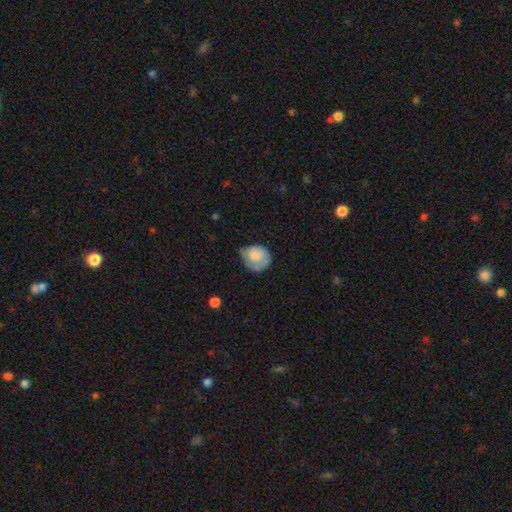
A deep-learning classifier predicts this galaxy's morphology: type=smooth (78%); roundness=round (64%); merging=minor disturbance (43%).